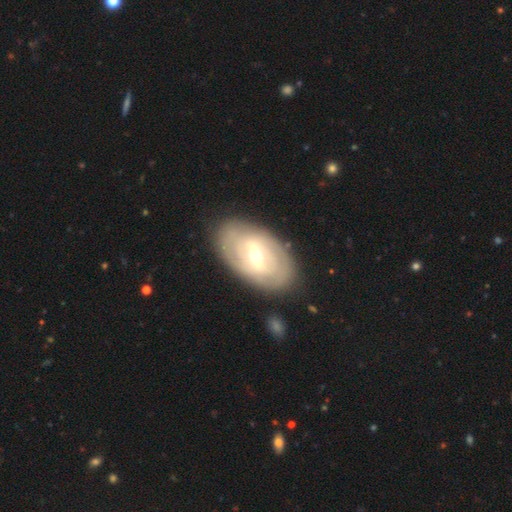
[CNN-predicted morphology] Smooth or featured? featured or disk (74%)
Edge-on disk? no (93%)
Bar? weak (45%)
Spiral arms? yes (62%)
Bulge size? moderate (50%)
Merging? none (83%)